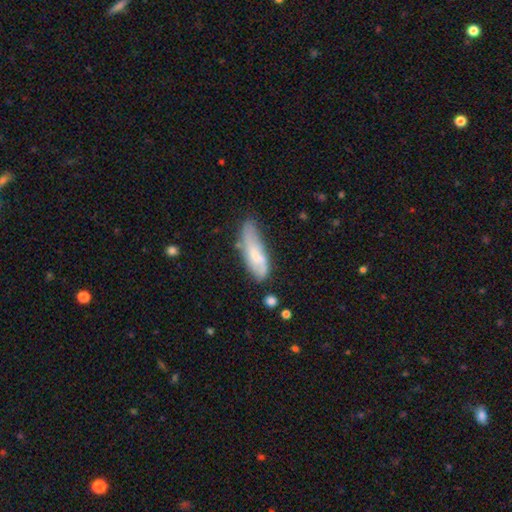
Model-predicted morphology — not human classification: This is possibly a smooth galaxy (53%). How rounded: likely in between (60%). Merging: possibly none (46%).